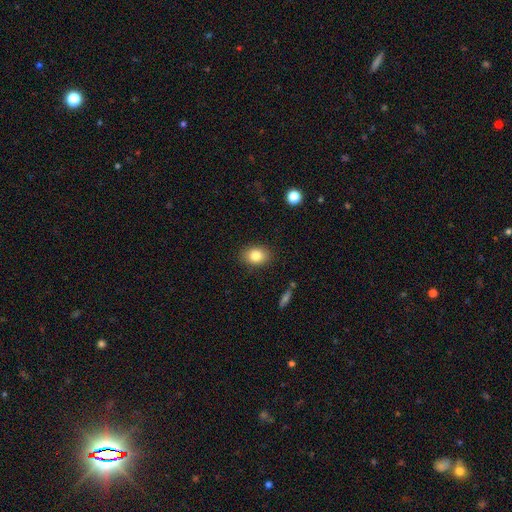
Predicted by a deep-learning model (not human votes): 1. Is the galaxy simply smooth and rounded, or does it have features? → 83% smooth, 9% star or artifact, 8% featured or disk.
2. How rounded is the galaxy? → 70% in between, 29% round, 1% cigar-shaped.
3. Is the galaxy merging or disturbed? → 88% none, 9% minor disturbance, 2% major disturbance, 1% merger.